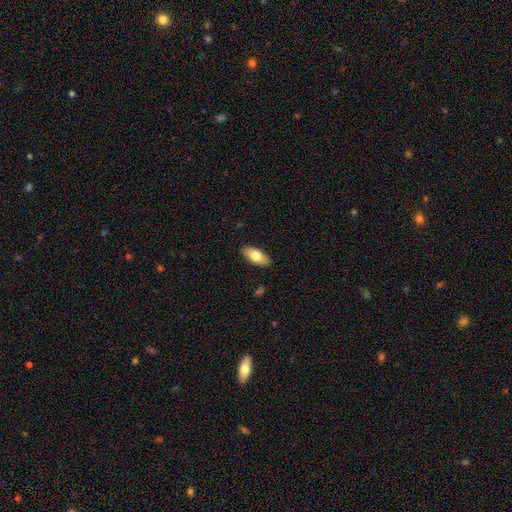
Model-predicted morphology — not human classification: Smooth or featured?
  - smooth: 75% *
  - featured or disk: 19%
  - star or artifact: 6%
How rounded?
  - in between: 87% *
  - cigar-shaped: 10%
  - round: 3%
Merging?
  - none: 89% *
  - minor disturbance: 8%
  - major disturbance: 2%
  - merger: 1%